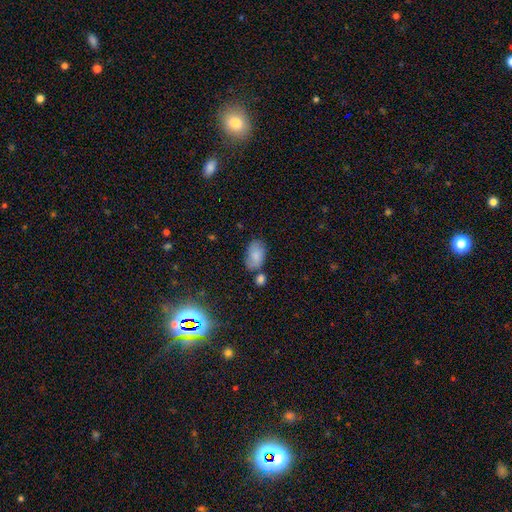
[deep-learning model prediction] Smooth or featured?
  - smooth: 81% *
  - featured or disk: 11%
  - star or artifact: 8%
How rounded?
  - in between: 92% *
  - round: 6%
  - cigar-shaped: 2%
Merging?
  - none: 62% *
  - minor disturbance: 20%
  - merger: 12%
  - major disturbance: 6%